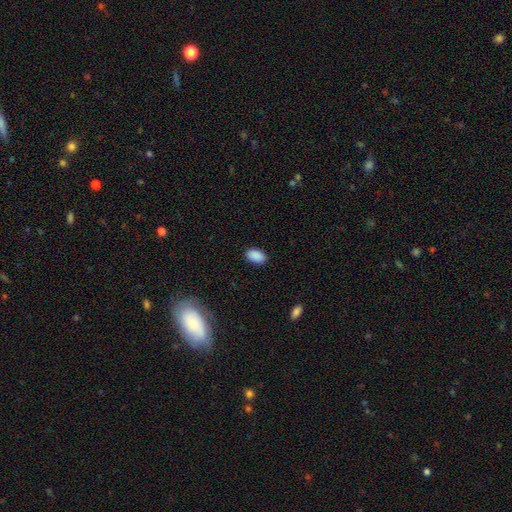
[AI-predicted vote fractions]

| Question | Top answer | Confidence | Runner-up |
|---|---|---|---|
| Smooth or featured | smooth | 90% | star or artifact (7%) |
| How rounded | in between | 93% | round (5%) |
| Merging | none | 88% | minor disturbance (9%) |